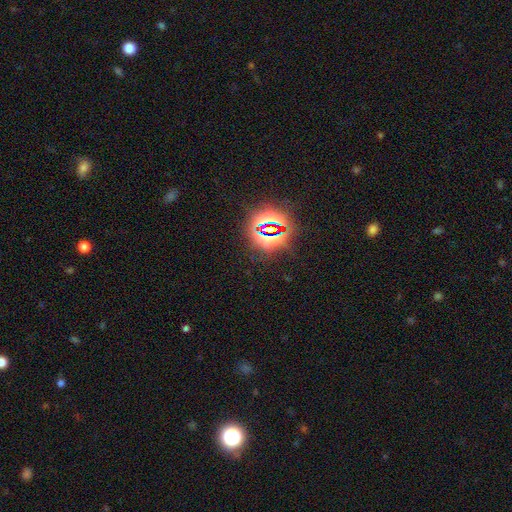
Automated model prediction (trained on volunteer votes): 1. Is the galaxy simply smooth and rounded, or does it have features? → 80% star or artifact, 14% smooth, 7% featured or disk.